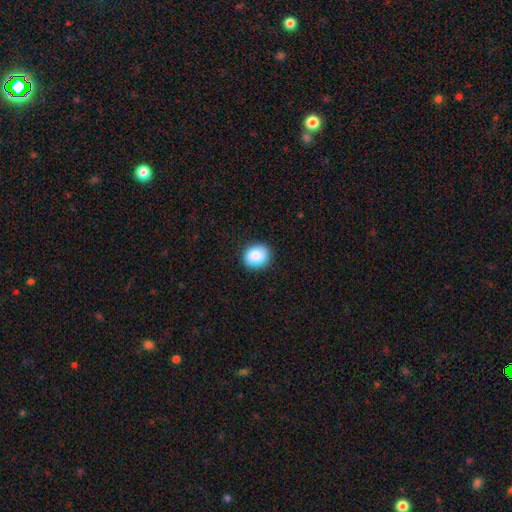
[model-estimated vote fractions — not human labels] A smooth galaxy with no disk features (87%) that is round (67%). Merging: none (88%).